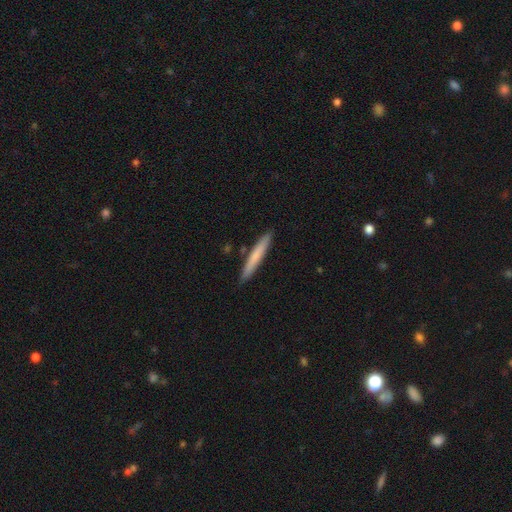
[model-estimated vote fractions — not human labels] The model was most divided on "smooth or featured": smooth: 70%, featured or disk: 25%, star or artifact: 5%. More confident: how rounded — cigar-shaped (96%); merging — none (88%).